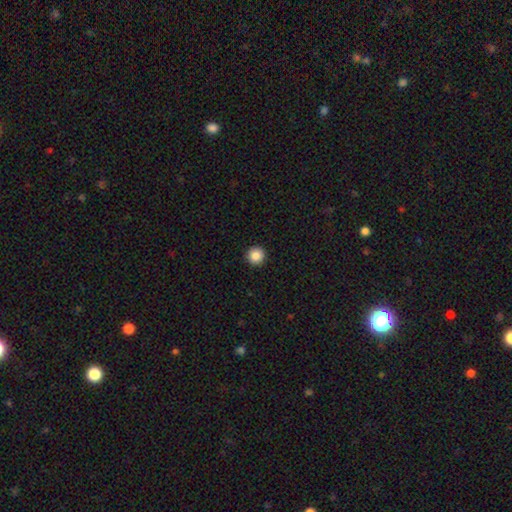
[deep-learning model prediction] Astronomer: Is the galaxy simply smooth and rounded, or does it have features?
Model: smooth — 87%.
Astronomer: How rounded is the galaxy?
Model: round — 96%.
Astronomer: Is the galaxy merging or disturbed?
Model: none — 93%.